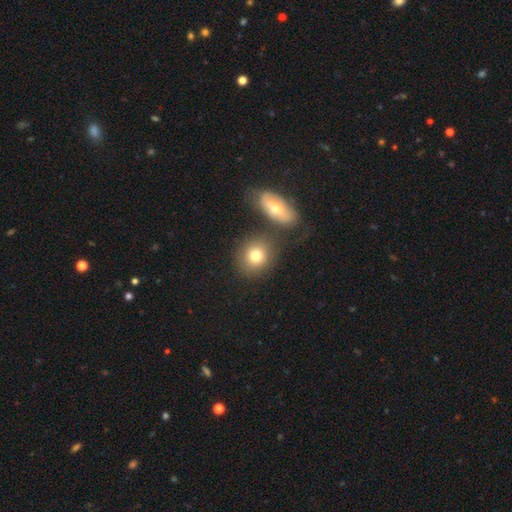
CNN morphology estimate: smooth 77%, featured or disk 13%, star or artifact 10%. Down the decision tree: how rounded — round (75%); merging — none (67%).